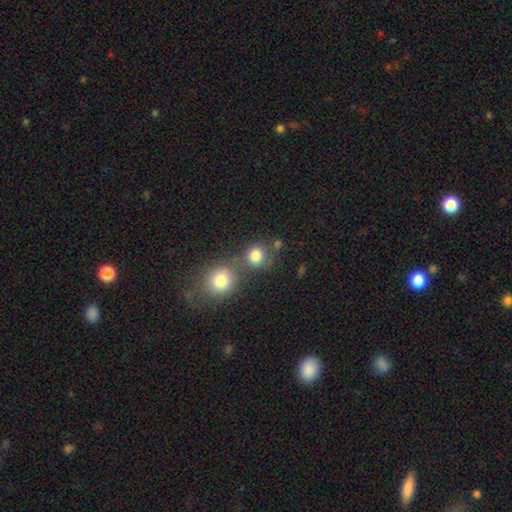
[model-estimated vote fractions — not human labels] Morphology: type=smooth (81%); roundness=round (82%); merging=none (48%).